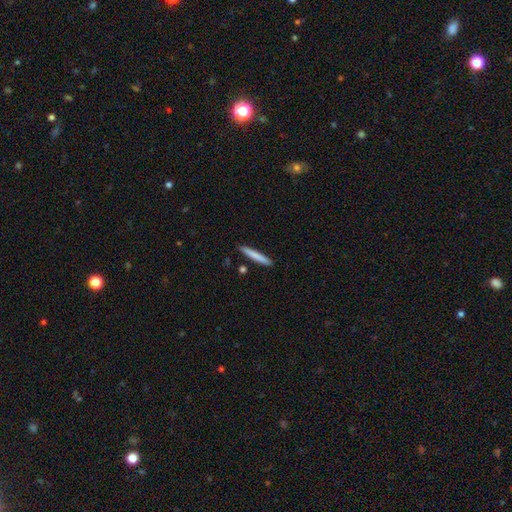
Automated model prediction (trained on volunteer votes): A smooth galaxy with no disk features (79%) that is cigar-shaped (95%). Merging: none (90%).